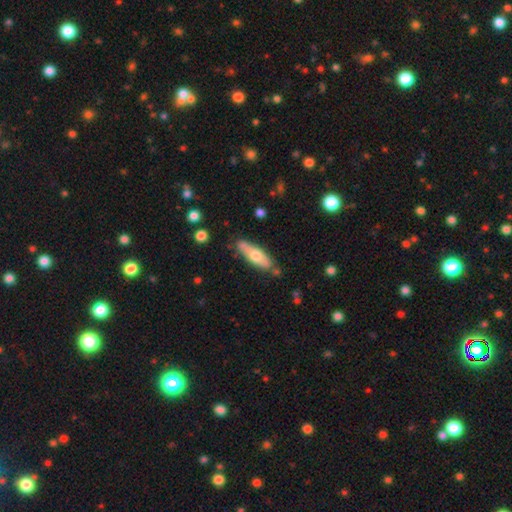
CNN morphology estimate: Q: Smooth or featured?
A: smooth (58%); runner-up: featured or disk (37%)
Q: How rounded?
A: cigar-shaped (51%); runner-up: in between (47%)
Q: Merging?
A: none (73%); runner-up: minor disturbance (18%)